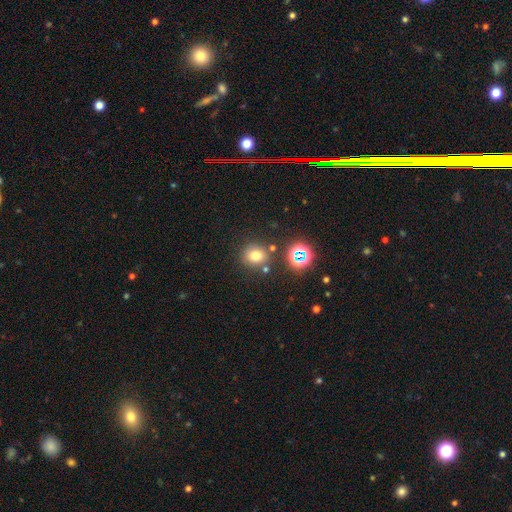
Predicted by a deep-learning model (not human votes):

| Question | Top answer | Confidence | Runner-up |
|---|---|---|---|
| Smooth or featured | smooth | 72% | star or artifact (20%) |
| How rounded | round | 80% | in between (19%) |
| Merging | none | 77% | minor disturbance (10%) |